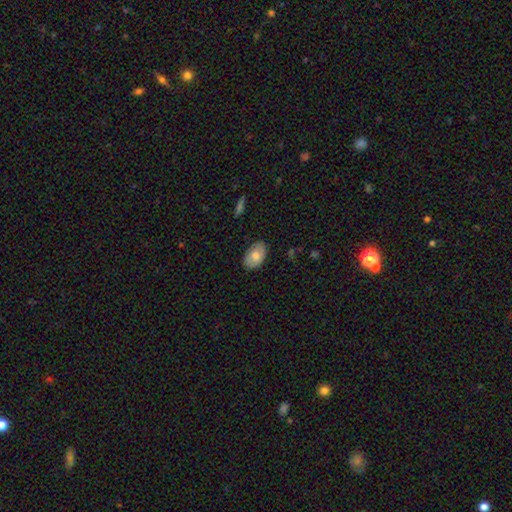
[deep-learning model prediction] smooth-or-featured: smooth: 75% | featured or disk: 19% | star or artifact: 6%
  how-rounded: in between: 91% | round: 7% | cigar-shaped: 1%
  merging: none: 81% | minor disturbance: 15% | major disturbance: 3% | merger: 1%